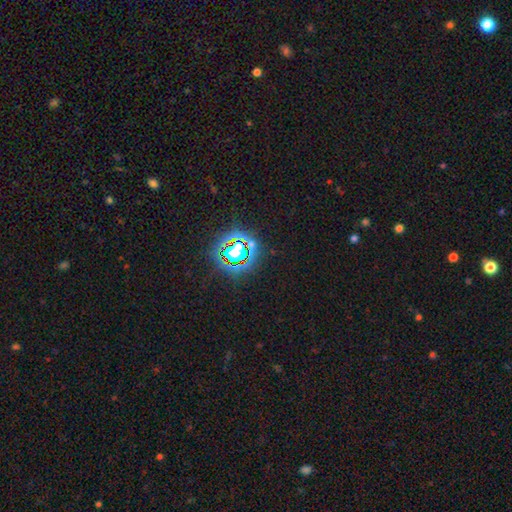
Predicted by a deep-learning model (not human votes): smooth-or-featured: star or artifact: 79% | smooth: 13% | featured or disk: 8%